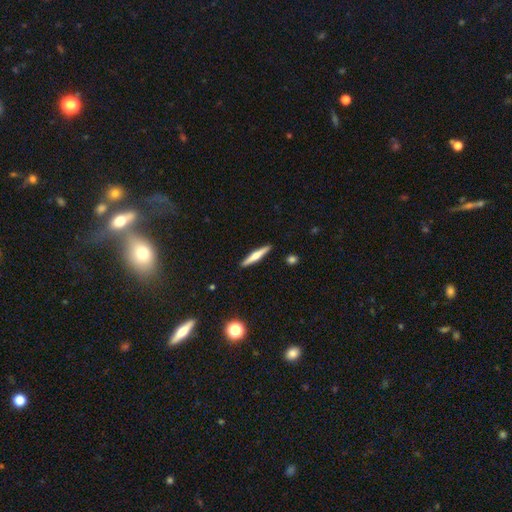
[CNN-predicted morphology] smooth_or_featured: featured or disk (p=0.51) [alt: smooth p=0.43]
disk_edge_on: yes (p=0.97) [alt: no p=0.03]
merging: none (p=0.91) [alt: minor disturbance p=0.06]